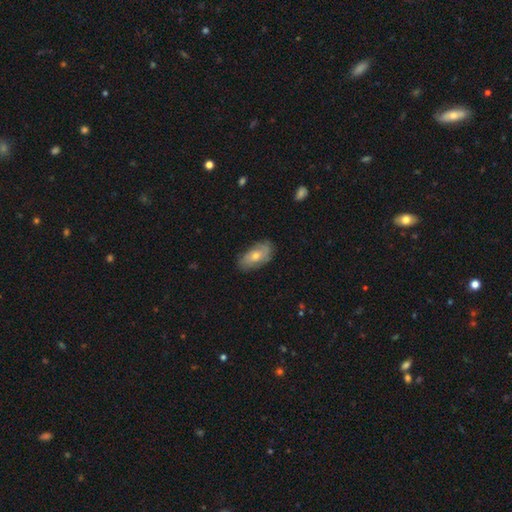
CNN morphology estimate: Smooth or featured: smooth — 46% (featured or disk — 44%)
Merging: none — 78% (minor disturbance — 17%)